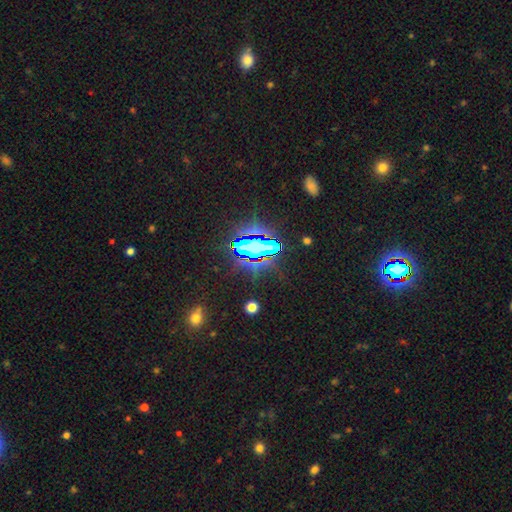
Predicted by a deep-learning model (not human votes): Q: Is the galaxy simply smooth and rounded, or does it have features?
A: star or artifact — 72%.